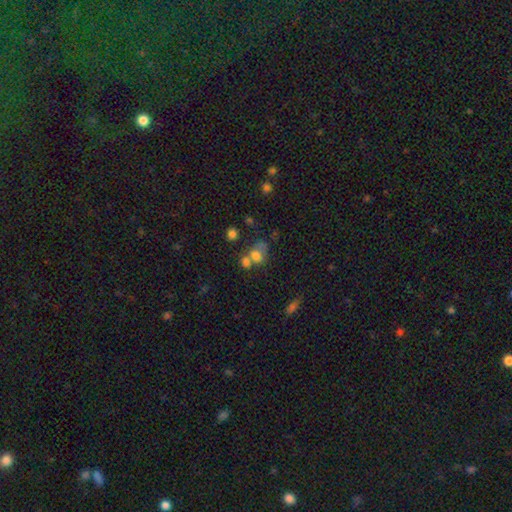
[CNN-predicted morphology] Smooth or featured: smooth — 69% (featured or disk — 17%)
How rounded: round — 51% (in between — 48%)
Merging: merger — 50% (none — 28%)